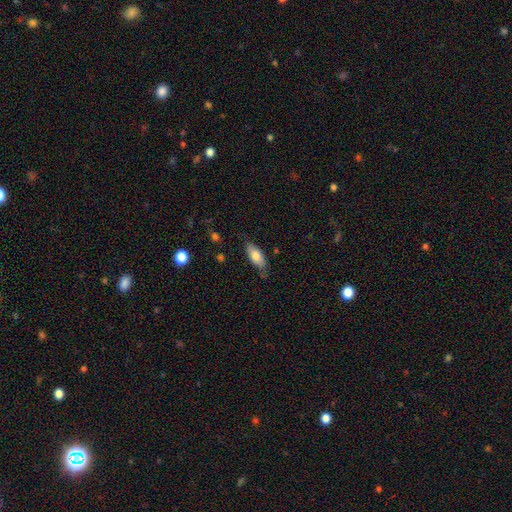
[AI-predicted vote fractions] smooth 75%, featured or disk 19%, star or artifact 6%. Down the decision tree: how rounded — in between (82%); merging — none (72%).